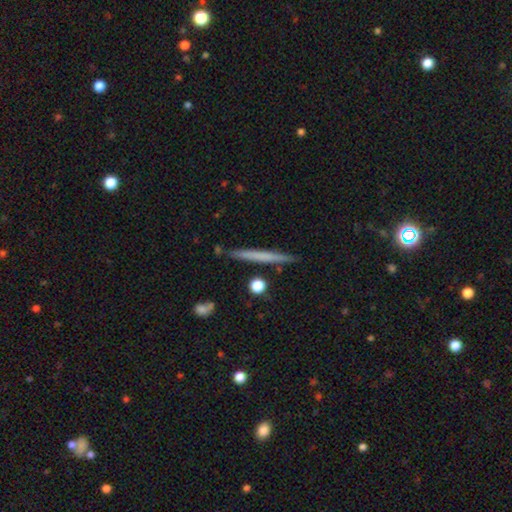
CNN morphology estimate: A smooth galaxy with no disk features (53%) that is cigar-shaped (96%).

Vote fractions:
- Smooth or featured? smooth: 53% / featured or disk: 40% / star or artifact: 7%
- How rounded? cigar-shaped: 96% / in between: 2% / round: 2%
- Merging? none: 89% / minor disturbance: 7% / merger: 2% / major disturbance: 1%